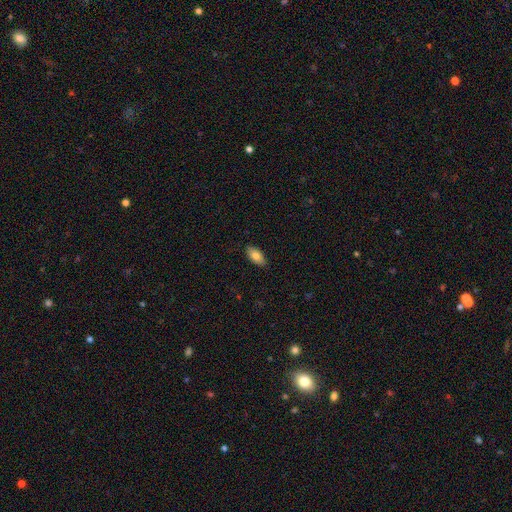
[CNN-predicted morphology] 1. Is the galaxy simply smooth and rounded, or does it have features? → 81% smooth, 12% featured or disk, 7% star or artifact.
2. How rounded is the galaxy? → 92% in between, 6% cigar-shaped, 3% round.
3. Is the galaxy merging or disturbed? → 88% none, 9% minor disturbance, 2% major disturbance, 1% merger.